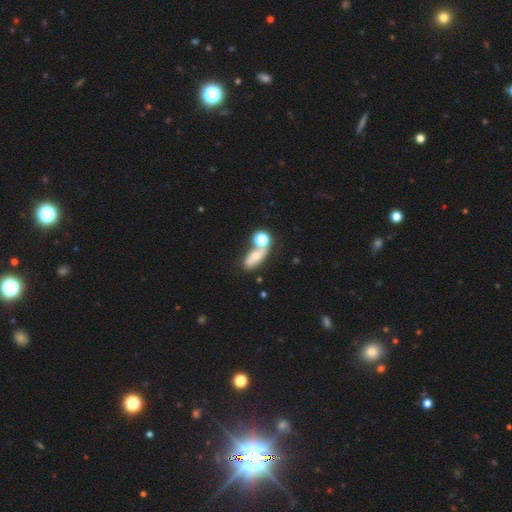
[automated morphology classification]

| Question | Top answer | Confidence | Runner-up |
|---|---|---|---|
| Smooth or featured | smooth | 54% | featured or disk (31%) |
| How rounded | in between | 64% | round (21%) |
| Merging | none | 39% | merger (38%) |